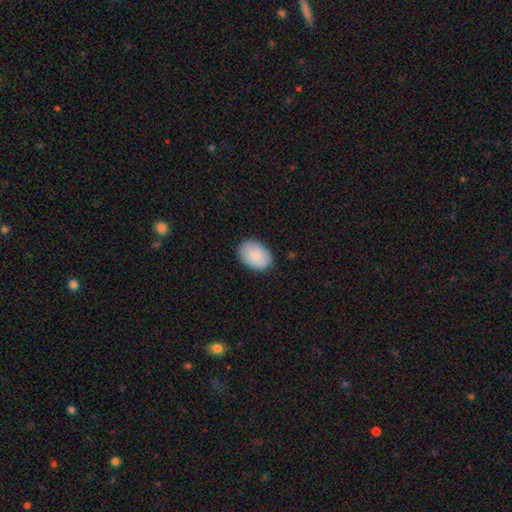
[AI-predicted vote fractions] The model was most divided on "how rounded": in between: 84%, round: 15%, cigar-shaped: 1%. More confident: smooth or featured — smooth (87%); merging — none (86%).